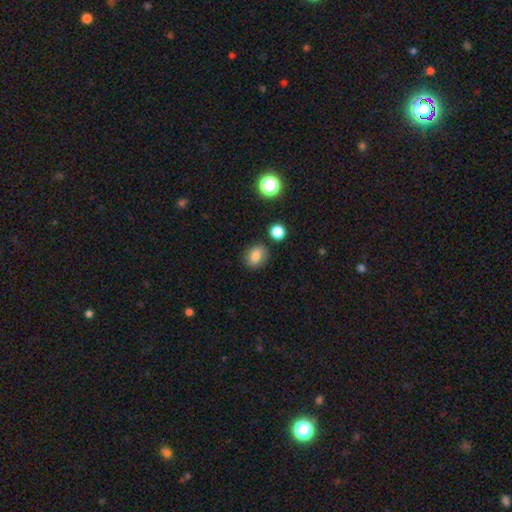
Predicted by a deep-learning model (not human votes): A smooth galaxy with no disk features (80%) that is round (54%). Merging: none (80%).